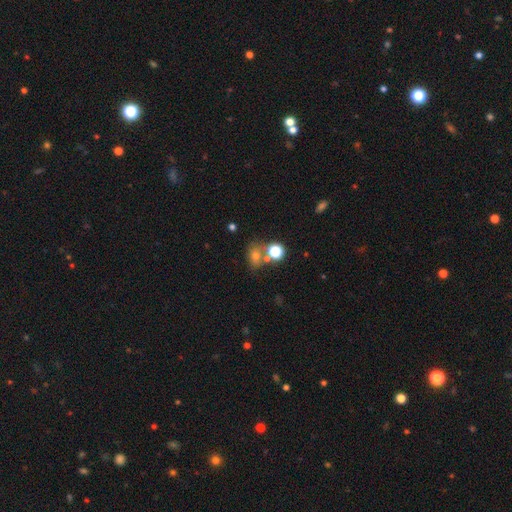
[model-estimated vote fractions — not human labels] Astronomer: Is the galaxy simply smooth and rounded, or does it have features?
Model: smooth — 65%.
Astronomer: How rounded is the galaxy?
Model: in between — 53% (runner-up: round, 45%).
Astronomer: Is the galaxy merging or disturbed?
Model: none — 54%.